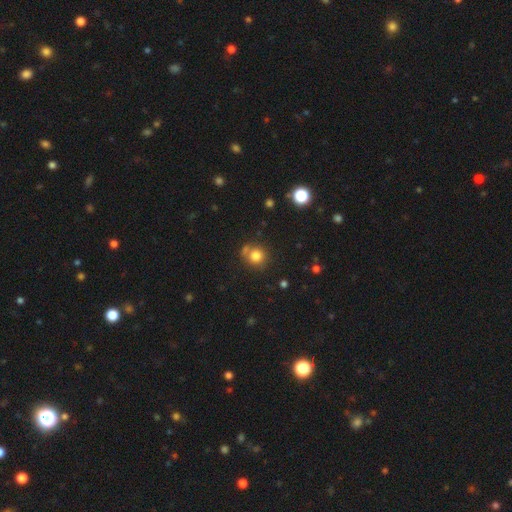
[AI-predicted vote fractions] A smooth galaxy with no disk features (79%) that is round (87%). Merging: none (68%).